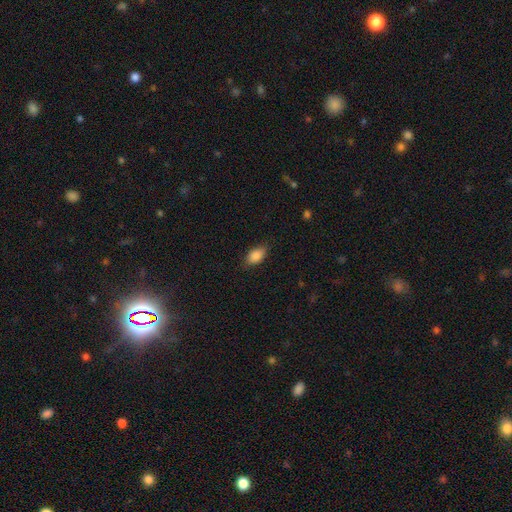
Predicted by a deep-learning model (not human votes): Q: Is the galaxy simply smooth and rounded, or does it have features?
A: smooth — 87%.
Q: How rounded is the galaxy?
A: in between — 90%.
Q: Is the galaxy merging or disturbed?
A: none — 79%.